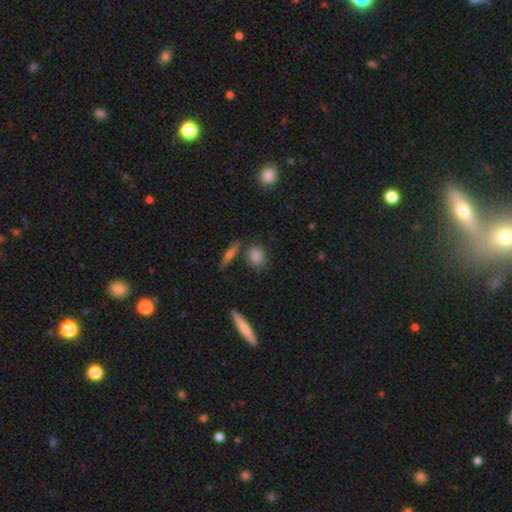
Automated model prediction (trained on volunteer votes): A smooth galaxy with no disk features (82%) that is round (63%).

Vote fractions:
- Smooth or featured? smooth: 82% / star or artifact: 10% / featured or disk: 9%
- How rounded? round: 63% / in between: 29% / cigar-shaped: 8%
- Merging? none: 76% / minor disturbance: 11% / merger: 9% / major disturbance: 3%